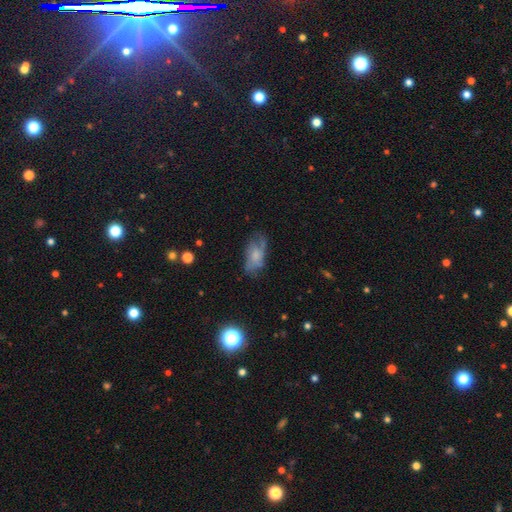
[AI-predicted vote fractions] smooth_or_featured: featured or disk (p=0.46) [alt: smooth p=0.44]
merging: none (p=0.53) [alt: minor disturbance p=0.27]